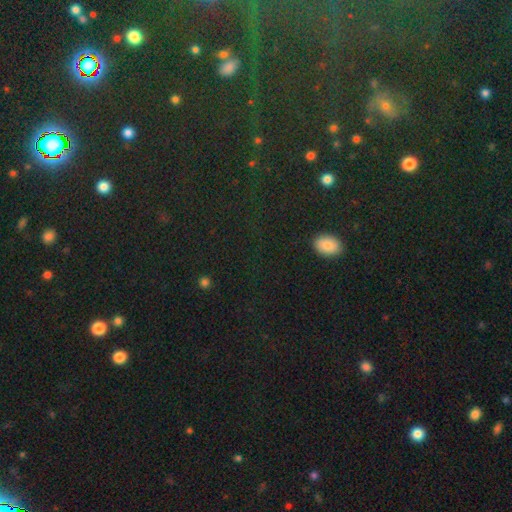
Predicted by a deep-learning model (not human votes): This appears to be a star or artifact, not a galaxy (53%).